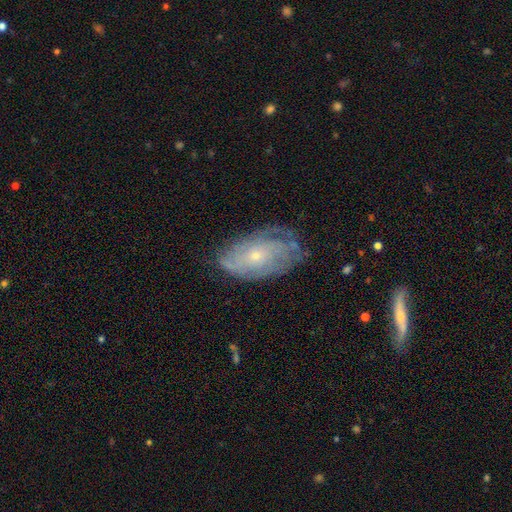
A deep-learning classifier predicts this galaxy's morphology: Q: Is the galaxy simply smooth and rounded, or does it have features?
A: featured or disk — 68%.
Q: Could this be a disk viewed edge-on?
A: no — 93%.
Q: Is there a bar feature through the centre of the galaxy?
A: no — 81%.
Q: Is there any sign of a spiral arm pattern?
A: yes — 79%.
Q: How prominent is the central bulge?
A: small — 75%.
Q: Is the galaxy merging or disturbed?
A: none — 60%.